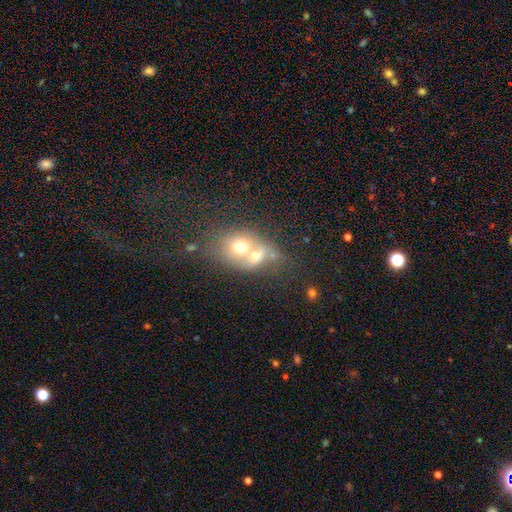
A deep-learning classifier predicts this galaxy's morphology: This is possibly a smooth galaxy (59%). How rounded: possibly round (56%). Merging: likely merger (72%).